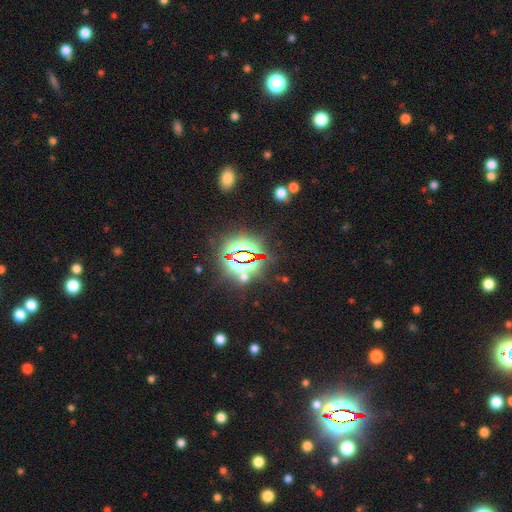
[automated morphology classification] This appears to be a star or artifact, not a galaxy (84%).